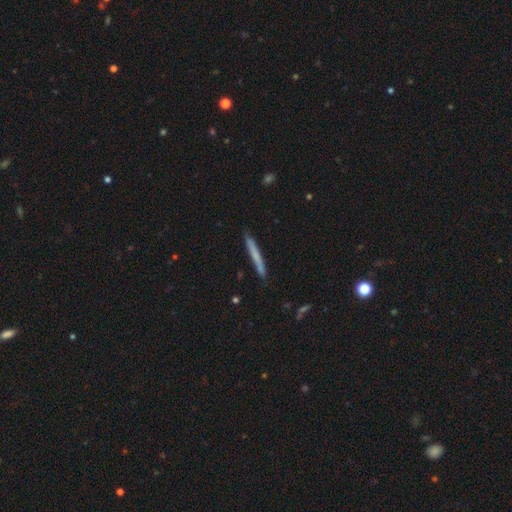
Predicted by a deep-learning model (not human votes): Smooth or featured? Predicted: smooth (p=0.60). How rounded? Predicted: cigar-shaped (p=0.97). Merging? Predicted: none (p=0.87).